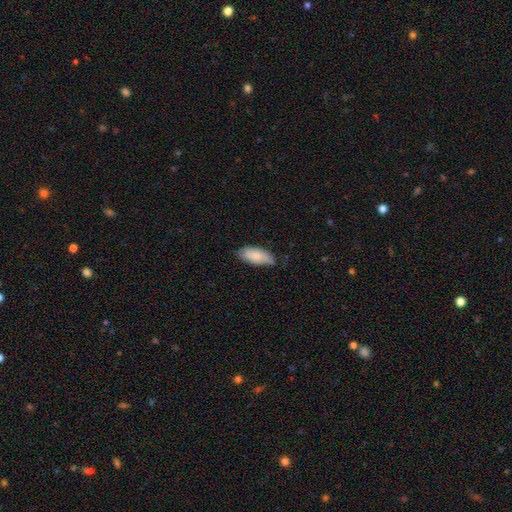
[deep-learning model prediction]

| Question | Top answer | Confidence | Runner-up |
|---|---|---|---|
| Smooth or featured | smooth | 80% | featured or disk (14%) |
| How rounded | in between | 87% | cigar-shaped (11%) |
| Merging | none | 65% | minor disturbance (29%) |